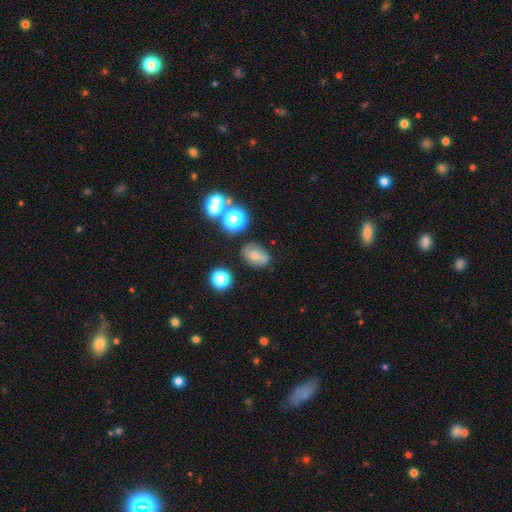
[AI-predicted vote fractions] The model was most divided on "smooth or featured": smooth: 53%, featured or disk: 31%, star or artifact: 16%. More confident: merging — none (72%); how rounded — in between (64%).